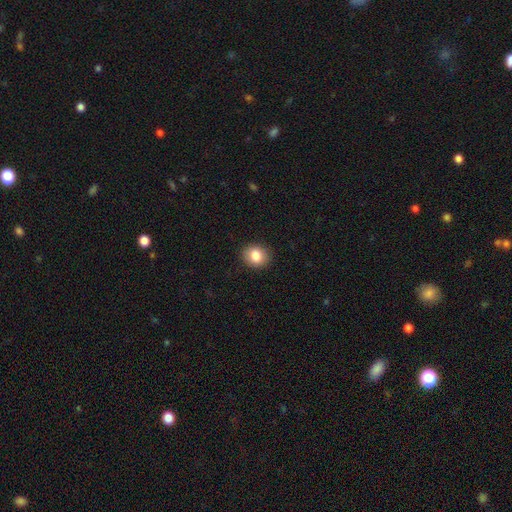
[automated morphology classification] This is clearly a smooth galaxy (84%). How rounded: likely round (64%). Merging: clearly none (89%).